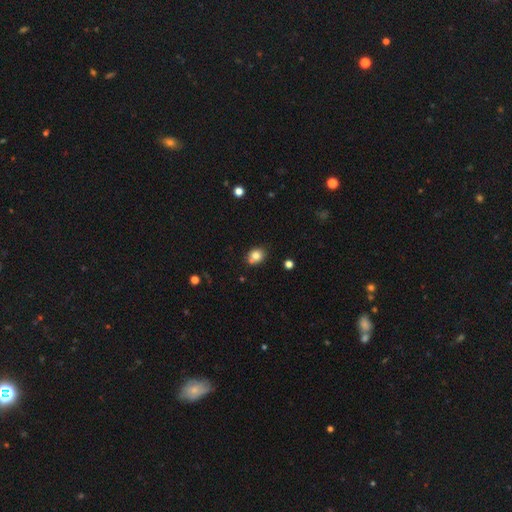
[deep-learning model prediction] Morphology: type=smooth (79%); roundness=round (65%); merging=none (70%).